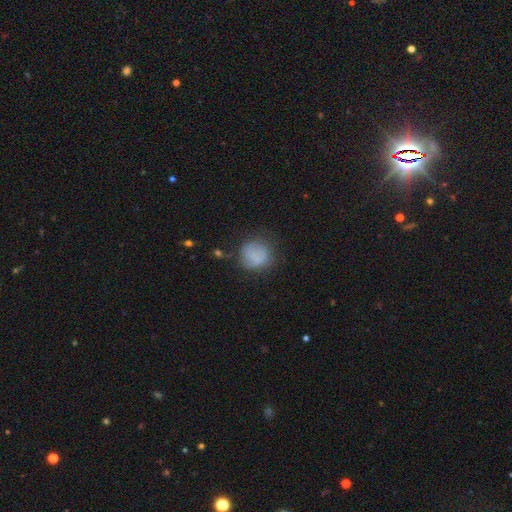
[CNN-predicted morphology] A smooth galaxy with no disk features (75%) that is round (85%). Merging: none (66%).